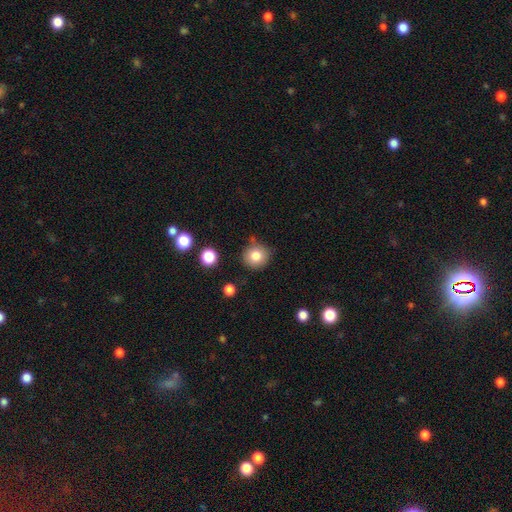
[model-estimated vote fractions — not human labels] Smooth or featured? smooth (81%)
How rounded? round (91%)
Merging? none (80%)